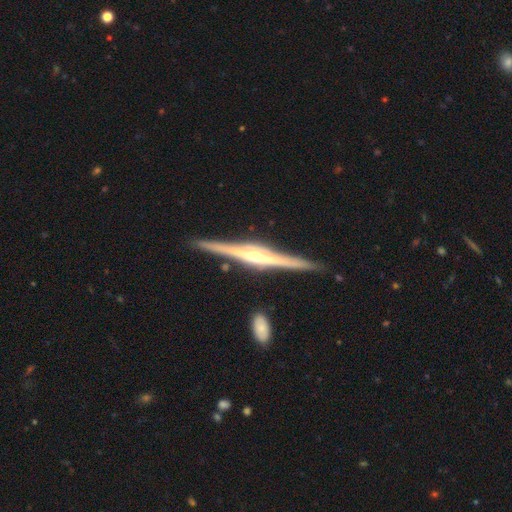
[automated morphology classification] Smooth or featured? featured or disk (87%)
Edge-on disk? yes (98%)
Edge-on bulge? rounded (82%)
Merging? none (89%)